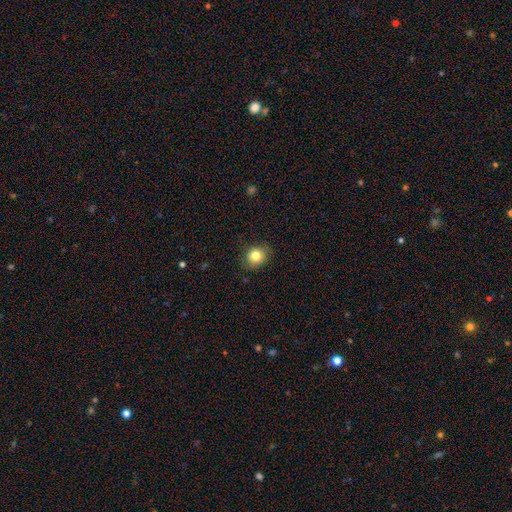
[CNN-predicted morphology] smooth 82%, star or artifact 11%, featured or disk 8%. Down the decision tree: how rounded — round (69%); merging — none (86%).